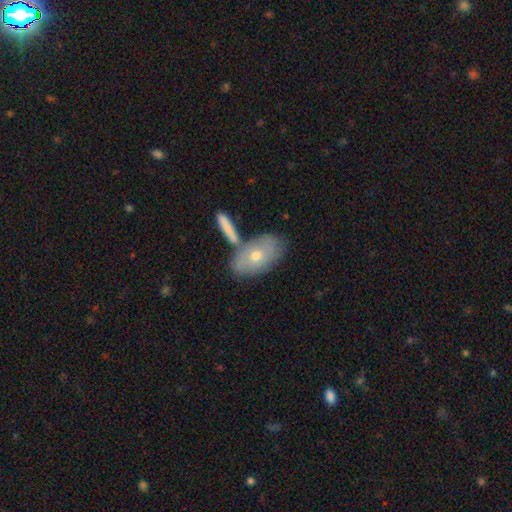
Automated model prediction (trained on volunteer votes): This appears to be a smooth galaxy with no disk features (61%) that is in between round and cigar-shaped (88%). Merging: none (59%).